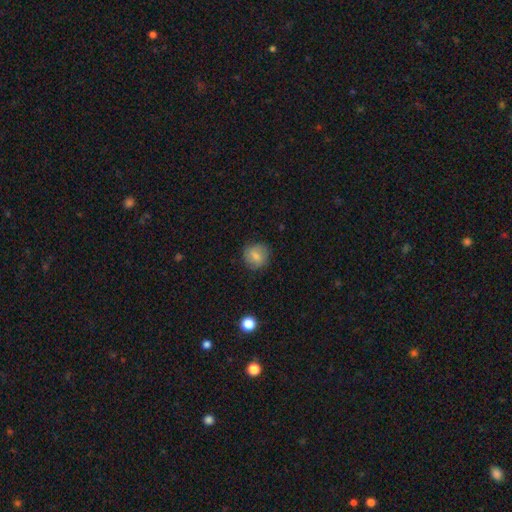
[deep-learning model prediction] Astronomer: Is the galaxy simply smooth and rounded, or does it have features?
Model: smooth — 79%.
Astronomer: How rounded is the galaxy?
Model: round — 86%.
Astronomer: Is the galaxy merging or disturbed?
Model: none — 83%.